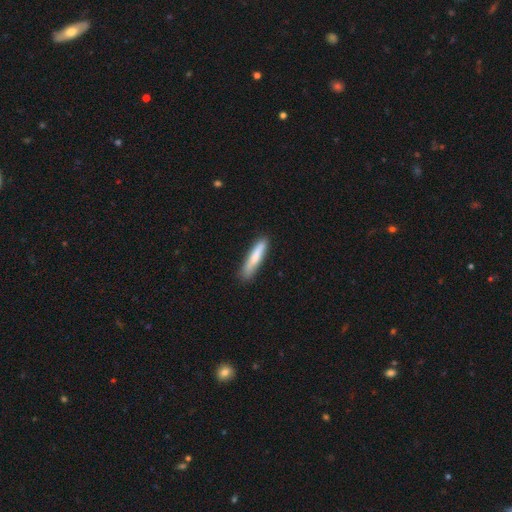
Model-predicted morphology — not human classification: smooth_or_featured: smooth (p=0.78) [alt: featured or disk p=0.16]
how_rounded: cigar-shaped (p=0.88) [alt: in between p=0.11]
merging: none (p=0.79) [alt: minor disturbance p=0.16]